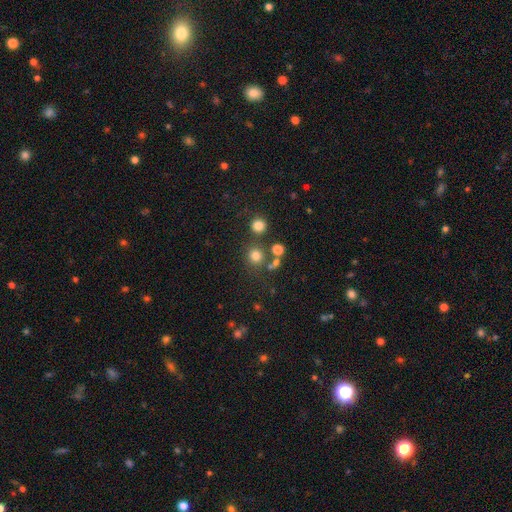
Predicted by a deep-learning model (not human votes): Q: Smooth or featured?
A: smooth (76%); runner-up: star or artifact (17%)
Q: How rounded?
A: round (89%); runner-up: in between (10%)
Q: Merging?
A: none (73%); runner-up: merger (14%)